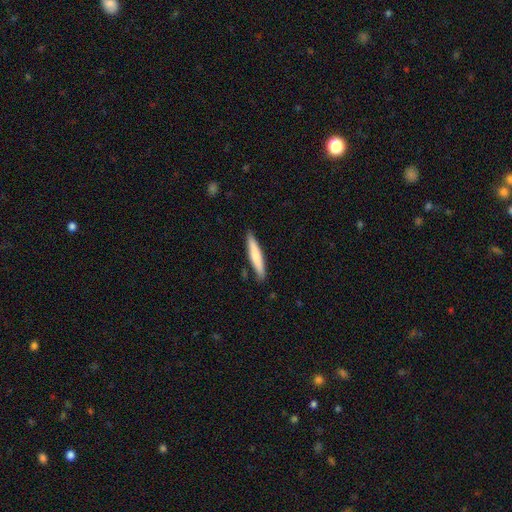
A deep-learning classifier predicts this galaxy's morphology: Smooth or featured?
  - smooth: 72% *
  - featured or disk: 23%
  - star or artifact: 5%
How rounded?
  - cigar-shaped: 92% *
  - in between: 7%
  - round: 1%
Merging?
  - none: 86% *
  - minor disturbance: 10%
  - merger: 2%
  - major disturbance: 2%